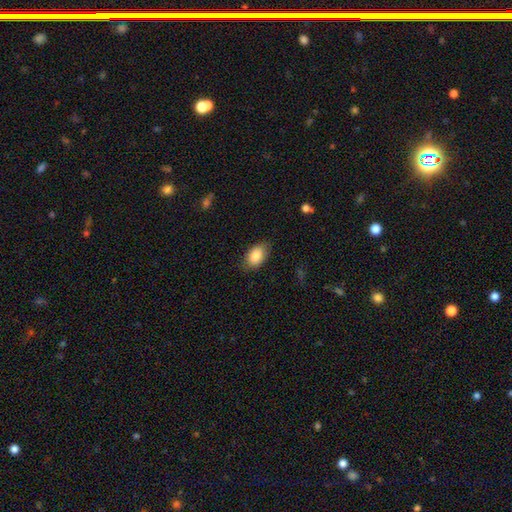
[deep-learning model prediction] smooth 86%, featured or disk 7%, star or artifact 7%. Down the decision tree: how rounded — in between (89%); merging — none (80%).